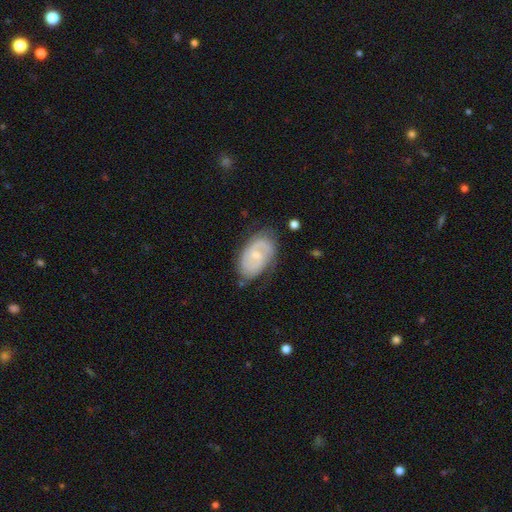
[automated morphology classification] Smooth or featured? Predicted: featured or disk (p=0.76). Edge-on disk? Predicted: no (p=0.97). Bar? Predicted: no (p=0.49). Spiral arms? Predicted: yes (p=0.92). Spiral winding? Predicted: medium (p=0.43). Spiral arm count? Predicted: 2 (p=0.71). Bulge size? Predicted: small (p=0.68). Merging? Predicted: none (p=0.71).